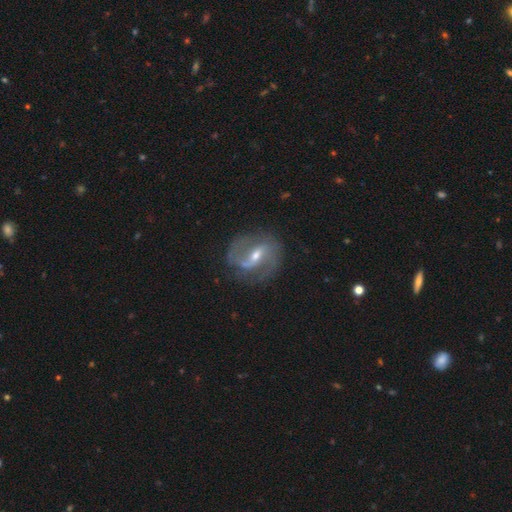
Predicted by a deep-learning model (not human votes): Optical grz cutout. It shows a featured or disk galaxy (87%) with a weak bar (47%), 2 (87%) medium (51%) spiral arms (95%) and a moderate central bulge (52%). Merging: none (76%).